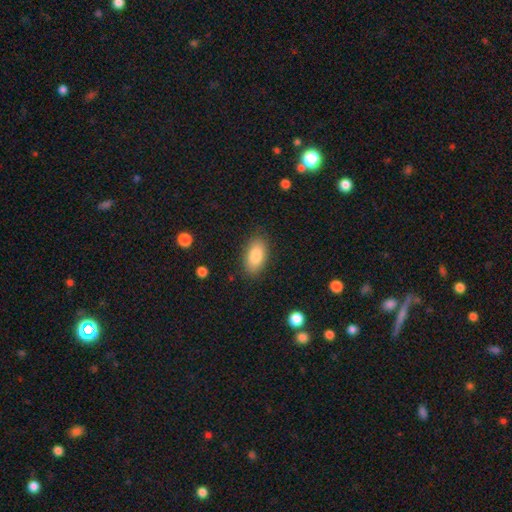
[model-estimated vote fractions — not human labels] Q: Smooth or featured?
A: smooth (85%); runner-up: featured or disk (8%)
Q: How rounded?
A: in between (92%); runner-up: cigar-shaped (4%)
Q: Merging?
A: none (85%); runner-up: minor disturbance (11%)